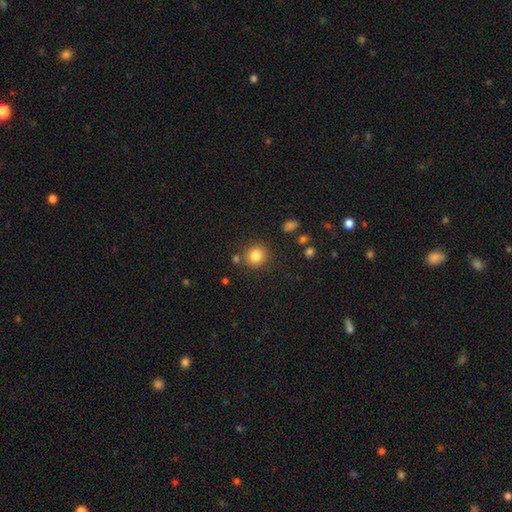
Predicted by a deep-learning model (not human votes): The model was most divided on "smooth or featured": smooth: 83%, star or artifact: 11%, featured or disk: 6%. More confident: how rounded — round (87%); merging — none (82%).